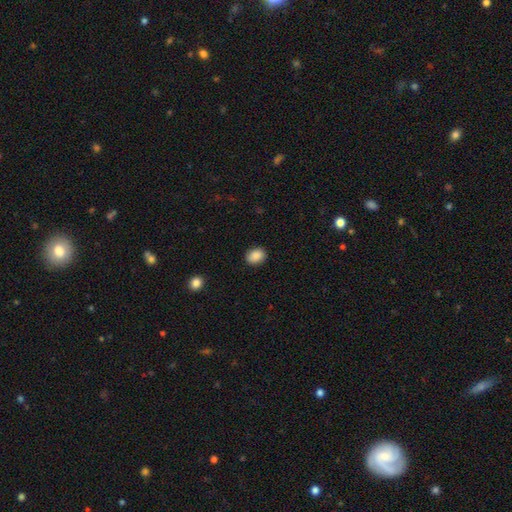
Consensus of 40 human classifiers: smooth_or_featured: smooth (p=0.90) [alt: star or artifact p=0.07]
how_rounded: in between (p=0.56) [alt: round p=0.44]
merging: none (p=0.95) [alt: major disturbance p=0.03]